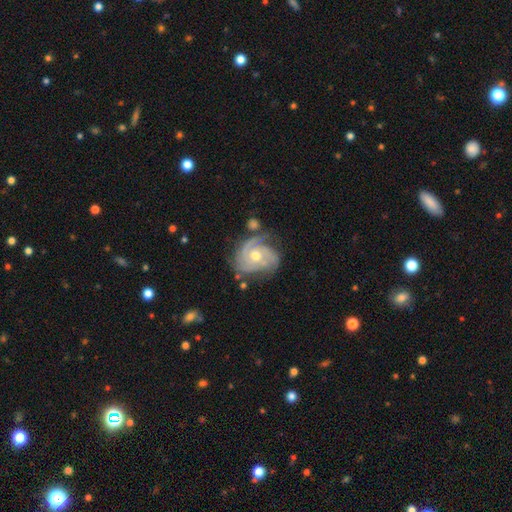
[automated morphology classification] Smooth or featured? featured or disk (86%)
Edge-on disk? no (98%)
Bar? no (76%)
Spiral arms? yes (95%)
Spiral winding? tight (60%)
Spiral arm count? 3 (40%)
Bulge size? moderate (67%)
Merging? none (56%)